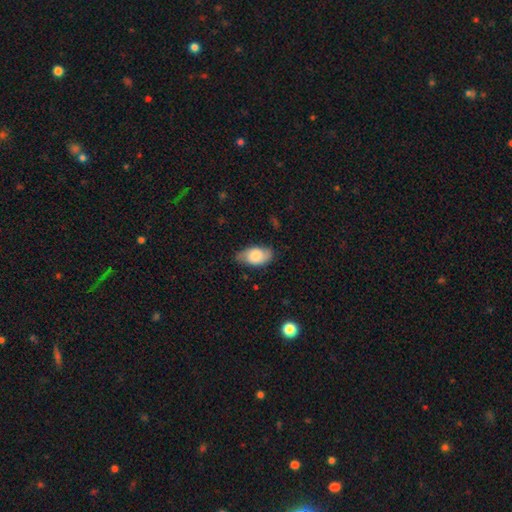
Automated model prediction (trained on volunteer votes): This is likely a smooth galaxy (71%). How rounded: clearly in between (93%). Merging: likely none (67%).